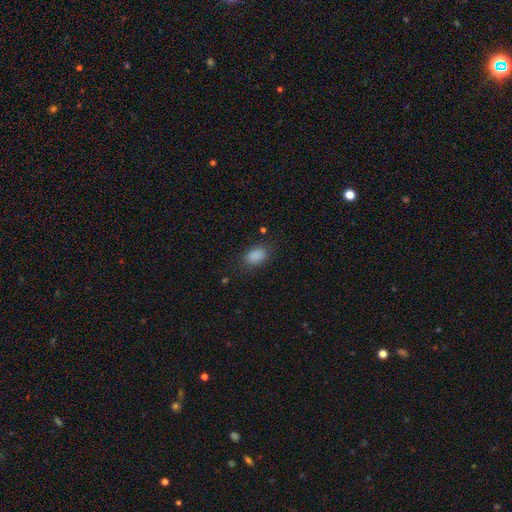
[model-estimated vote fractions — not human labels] Smooth or featured? smooth (87%)
How rounded? in between (83%)
Merging? none (80%)